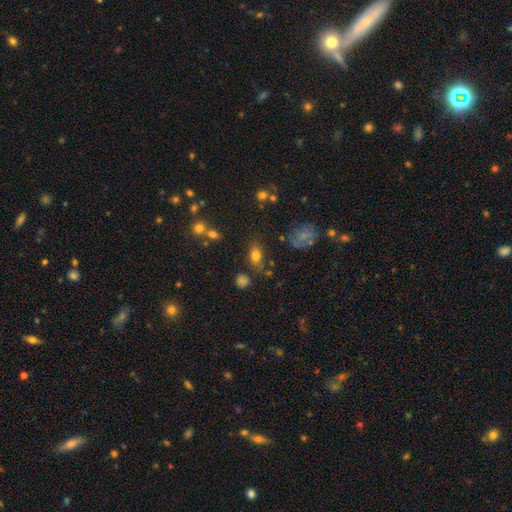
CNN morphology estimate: smooth 77%, star or artifact 12%, featured or disk 11%. Down the decision tree: how rounded — in between (83%); merging — none (74%).